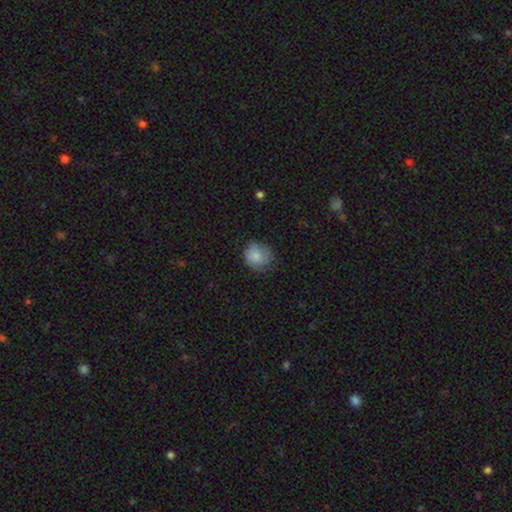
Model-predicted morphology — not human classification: Overall: smooth (84%). How rounded: round (81%). Merging: none (67%).